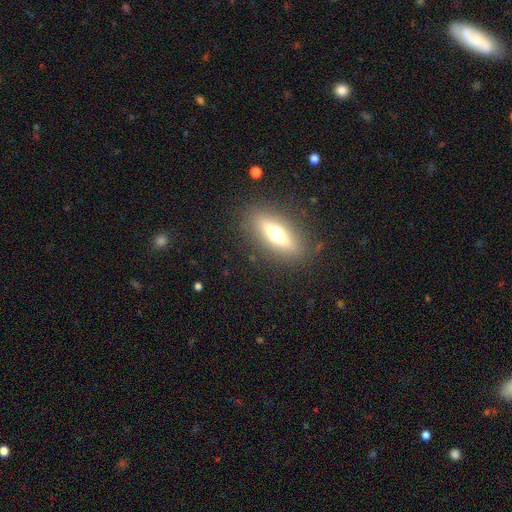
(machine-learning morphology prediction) Overall: smooth (50%; featured or disk 40%). How rounded: in between (53%; cigar-shaped 43%). Merging: none (87%).